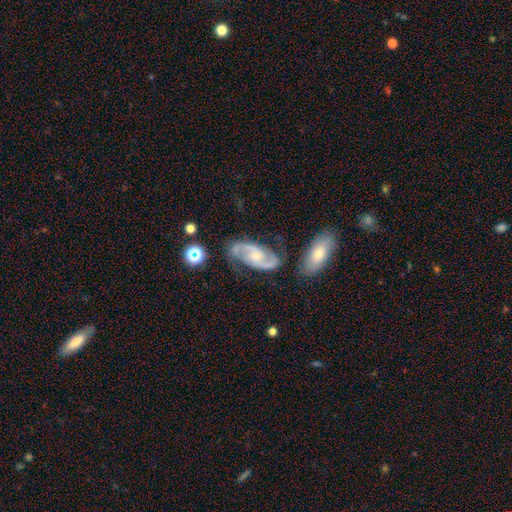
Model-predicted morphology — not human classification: type=featured or disk (88%); edge-on=no (97%); bar=no (54%); spiral arms=yes (97%); winding=medium (55%); arm count=2 (93%); bulge=small (57%); merging=none (70%).